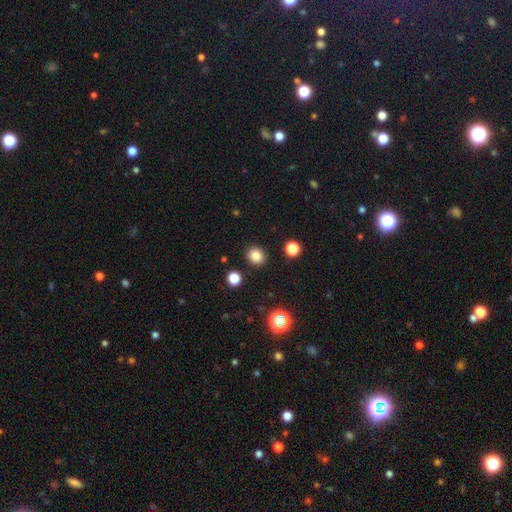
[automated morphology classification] Q: Smooth or featured?
A: smooth (83%); runner-up: star or artifact (12%)
Q: How rounded?
A: round (74%); runner-up: in between (26%)
Q: Merging?
A: none (90%); runner-up: minor disturbance (6%)